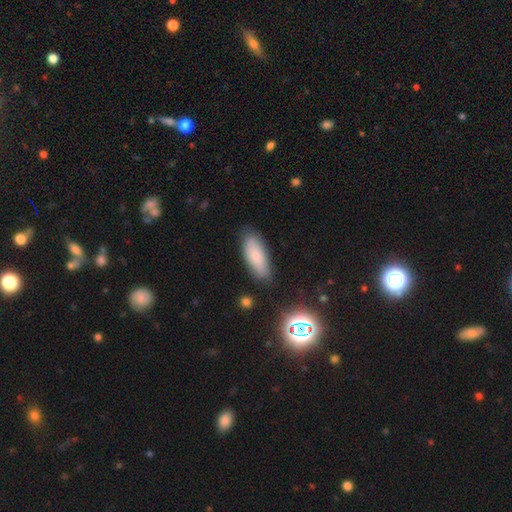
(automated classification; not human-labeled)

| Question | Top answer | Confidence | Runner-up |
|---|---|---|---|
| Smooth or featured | smooth | 81% | featured or disk (10%) |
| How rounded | in between | 71% | cigar-shaped (27%) |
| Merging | none | 78% | minor disturbance (17%) |